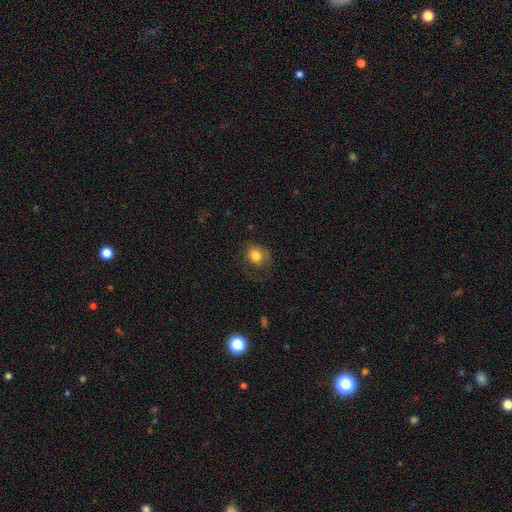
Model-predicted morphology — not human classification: Overall: smooth (78%). How rounded: round (52%; in between 47%). Merging: none (55%; minor disturbance 23%).